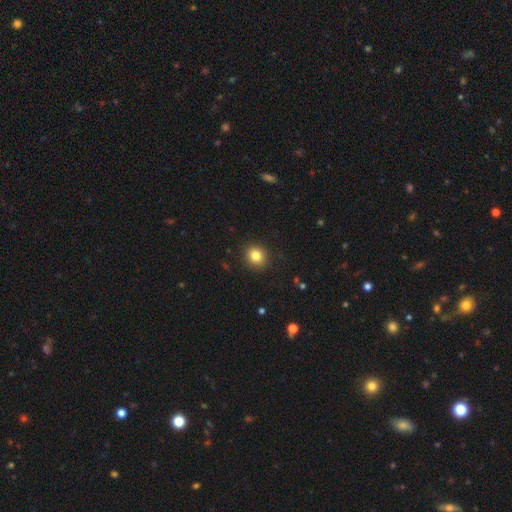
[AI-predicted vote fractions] A smooth galaxy with no disk features (83%) that is round (86%).

Vote fractions:
- Smooth or featured? smooth: 83% / star or artifact: 11% / featured or disk: 6%
- How rounded? round: 86% / in between: 14% / cigar-shaped: 1%
- Merging? none: 91% / minor disturbance: 6% / major disturbance: 2% / merger: 1%